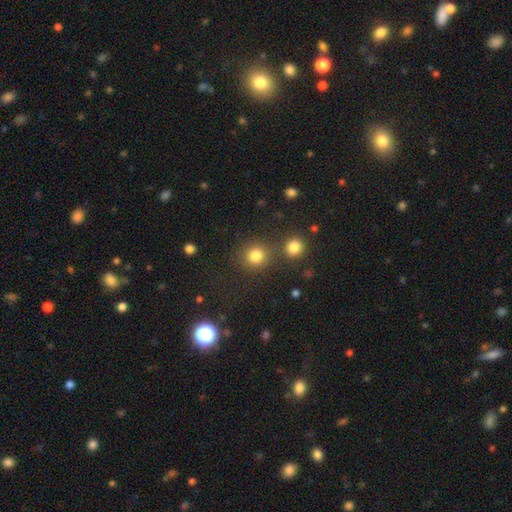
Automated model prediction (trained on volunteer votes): Smooth or featured?
  - smooth: 82% *
  - star or artifact: 13%
  - featured or disk: 5%
How rounded?
  - round: 89% *
  - in between: 10%
  - cigar-shaped: 1%
Merging?
  - none: 76% *
  - merger: 13%
  - minor disturbance: 8%
  - major disturbance: 4%